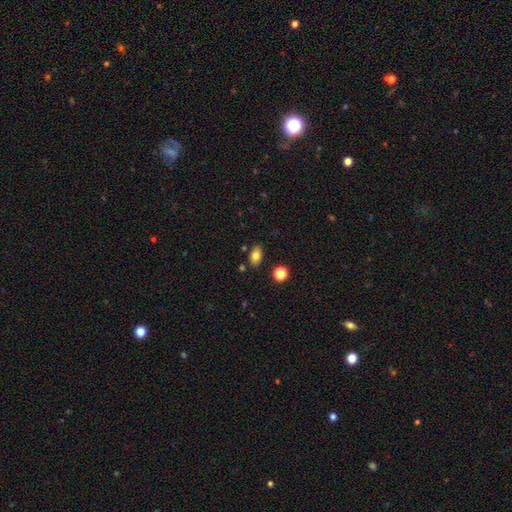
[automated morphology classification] A smooth galaxy with no disk features (80%) that is in between round and cigar-shaped (85%). Merging: none (83%).